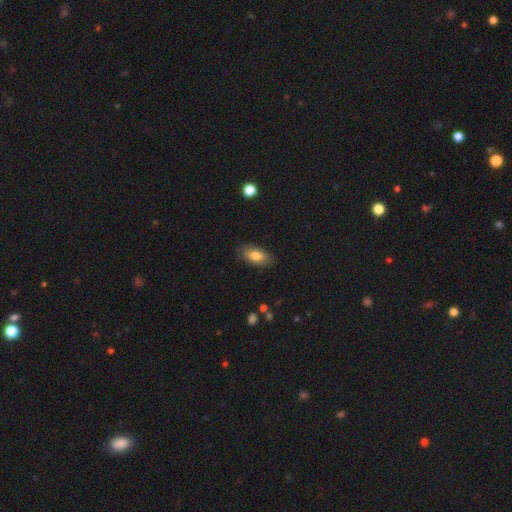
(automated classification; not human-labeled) smooth-or-featured: smooth: 80% | featured or disk: 13% | star or artifact: 7%
  how-rounded: in between: 91% | cigar-shaped: 5% | round: 5%
  merging: none: 84% | minor disturbance: 12% | major disturbance: 3% | merger: 1%